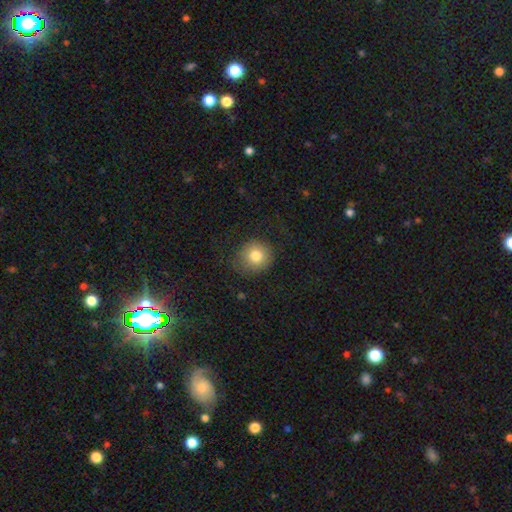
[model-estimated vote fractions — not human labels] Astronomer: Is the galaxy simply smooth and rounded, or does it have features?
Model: smooth — 79%.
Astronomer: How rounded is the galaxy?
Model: round — 90%.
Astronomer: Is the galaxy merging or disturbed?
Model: none — 76%.